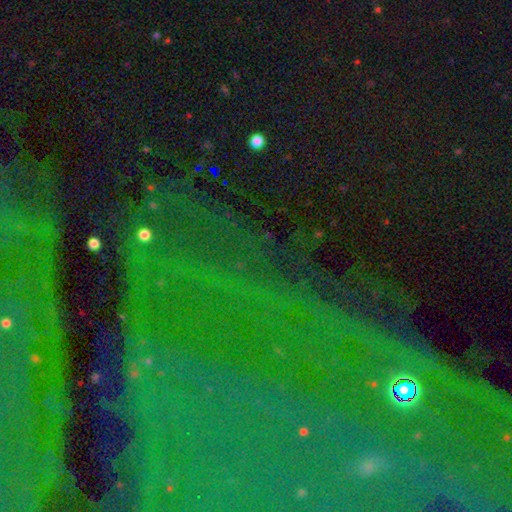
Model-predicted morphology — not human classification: Overall: star or artifact (80%).